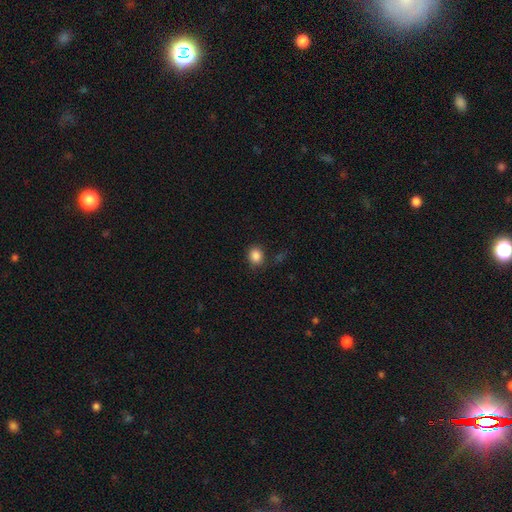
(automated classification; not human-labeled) This appears to be a smooth galaxy with no disk features (86%) that is round (73%). Merging: none (83%).